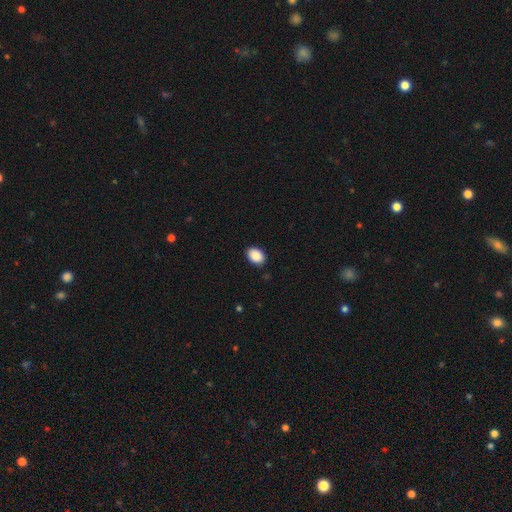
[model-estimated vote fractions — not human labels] Q: Smooth or featured?
A: smooth (90%); runner-up: star or artifact (7%)
Q: How rounded?
A: in between (82%); runner-up: round (17%)
Q: Merging?
A: none (90%); runner-up: minor disturbance (8%)